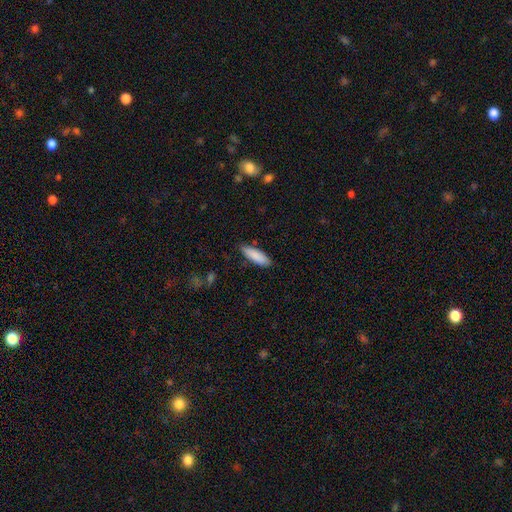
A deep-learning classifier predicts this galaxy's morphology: This appears to be a smooth galaxy with no disk features (87%) that is cigar-shaped (50%). Merging: none (83%).